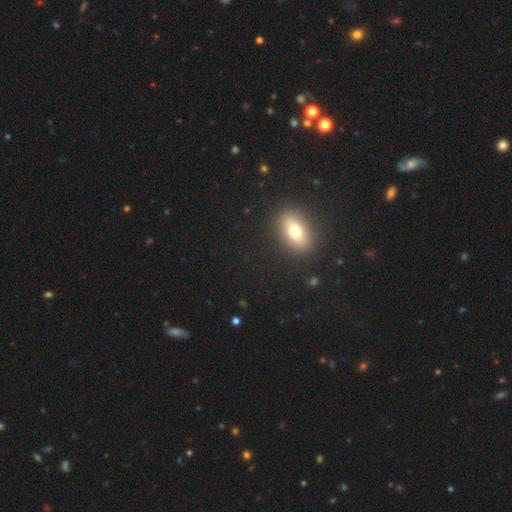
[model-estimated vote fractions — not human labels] Overall: smooth (62%; star or artifact 26%). How rounded: in between (74%). Merging: none (90%).